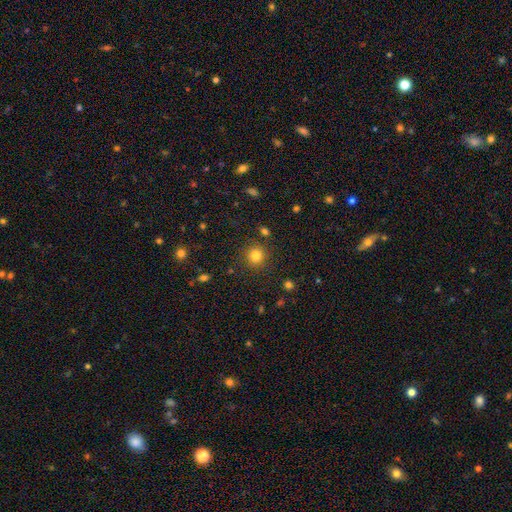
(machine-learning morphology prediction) Smooth or featured: smooth — 81% (star or artifact — 14%)
How rounded: round — 93% (in between — 6%)
Merging: none — 87% (minor disturbance — 7%)